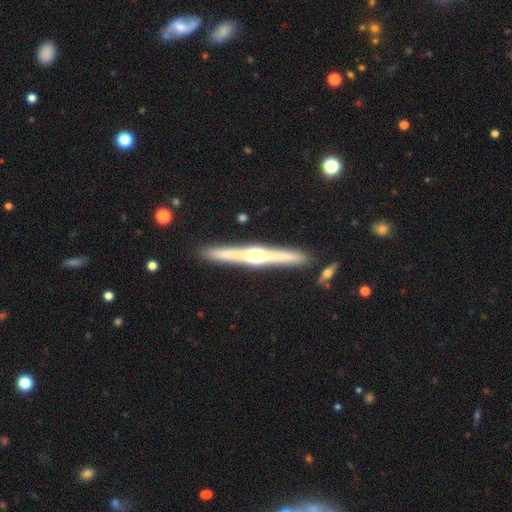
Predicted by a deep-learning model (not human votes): Smooth or featured: featured or disk — 80% (smooth — 15%)
Edge-on disk: yes — 98% (no — 2%)
Edge-on bulge: rounded — 79% (boxy — 15%)
Merging: none — 90% (minor disturbance — 7%)